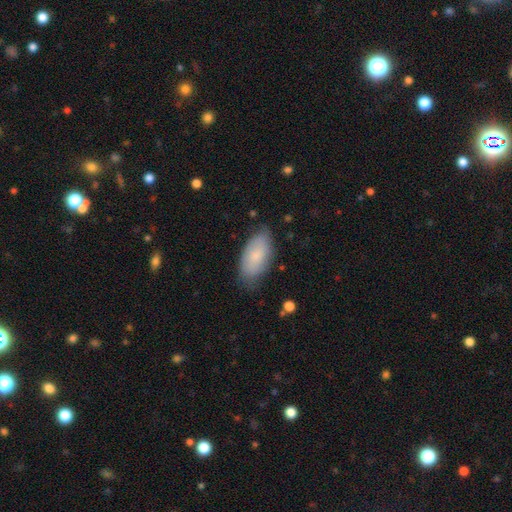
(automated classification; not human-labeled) Q: Smooth or featured?
A: smooth (78%); runner-up: featured or disk (15%)
Q: How rounded?
A: in between (93%); runner-up: cigar-shaped (4%)
Q: Merging?
A: none (74%); runner-up: minor disturbance (21%)